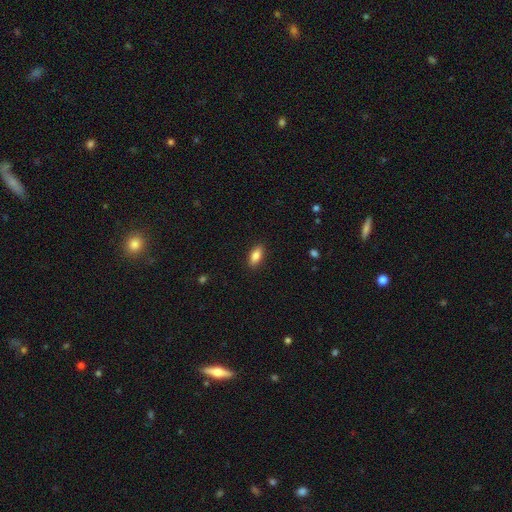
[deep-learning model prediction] Overall: smooth (84%). How rounded: in between (85%). Merging: none (89%).